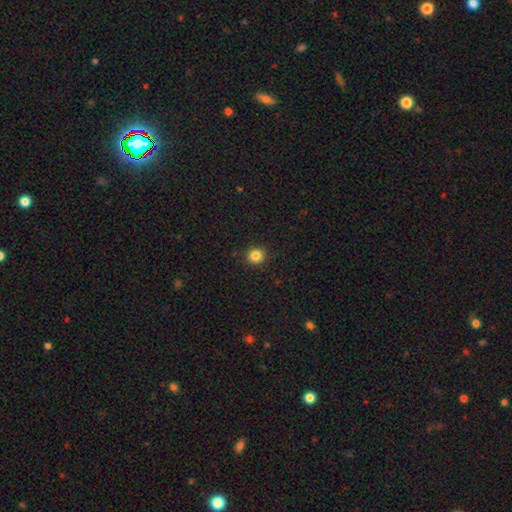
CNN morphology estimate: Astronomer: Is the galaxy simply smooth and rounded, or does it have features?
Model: smooth — 84%.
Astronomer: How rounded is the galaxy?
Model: round — 93%.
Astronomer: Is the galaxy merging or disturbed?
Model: none — 93%.